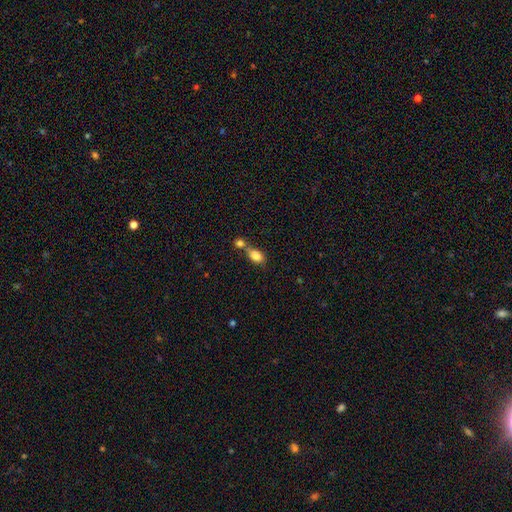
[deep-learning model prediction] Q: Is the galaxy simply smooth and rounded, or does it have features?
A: smooth — 83%.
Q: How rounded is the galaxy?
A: in between — 79%.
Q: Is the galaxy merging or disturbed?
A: merger — 52%.